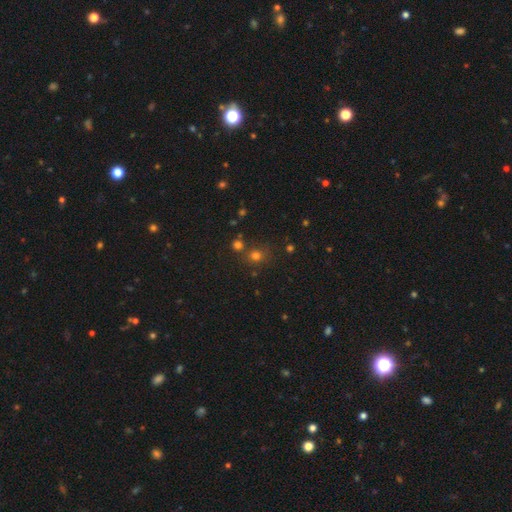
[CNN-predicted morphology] The model was most divided on "smooth or featured": smooth: 66%, star or artifact: 27%, featured or disk: 7%. More confident: how rounded — round (84%); merging — none (71%).